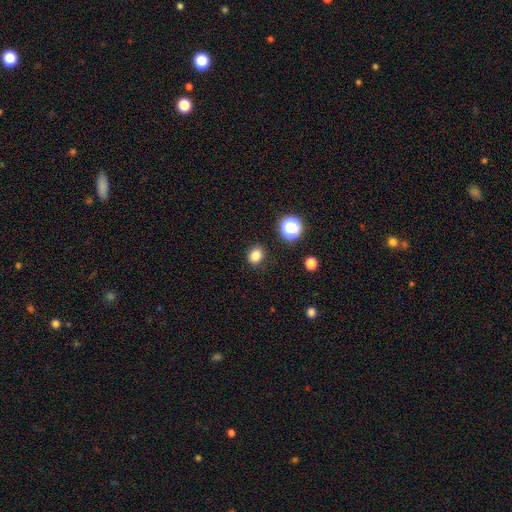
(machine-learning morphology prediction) Smooth or featured?
  - smooth: 82% *
  - star or artifact: 13%
  - featured or disk: 5%
How rounded?
  - round: 61% *
  - in between: 38%
  - cigar-shaped: 1%
Merging?
  - none: 88% *
  - minor disturbance: 8%
  - major disturbance: 3%
  - merger: 1%